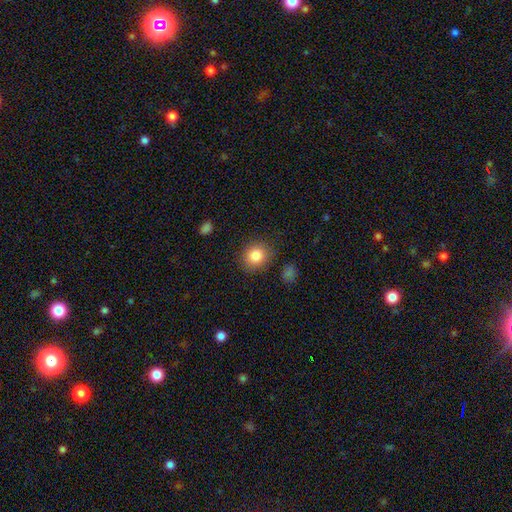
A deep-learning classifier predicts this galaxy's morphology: This is clearly a smooth galaxy (85%). How rounded: likely round (76%). Merging: clearly none (84%).